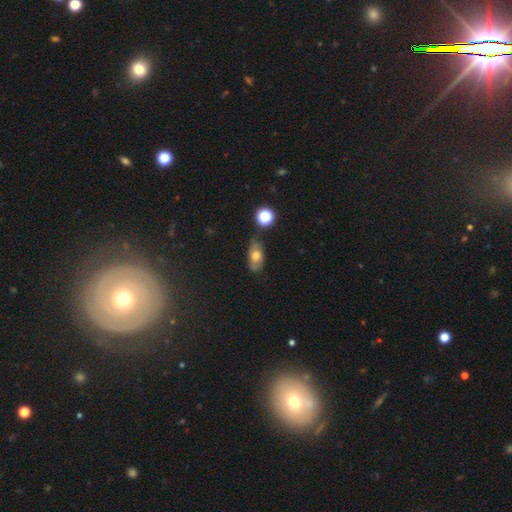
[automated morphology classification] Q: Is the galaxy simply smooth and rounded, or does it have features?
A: smooth — 60%.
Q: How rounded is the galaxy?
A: in between — 84%.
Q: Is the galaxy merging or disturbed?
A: none — 62%.